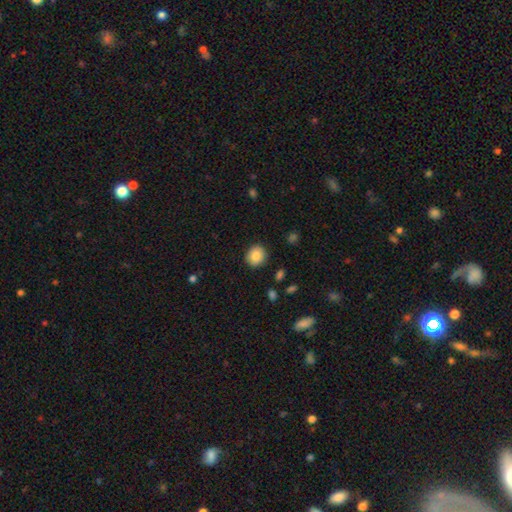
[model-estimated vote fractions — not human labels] Smooth or featured? smooth (86%)
How rounded? round (83%)
Merging? none (89%)